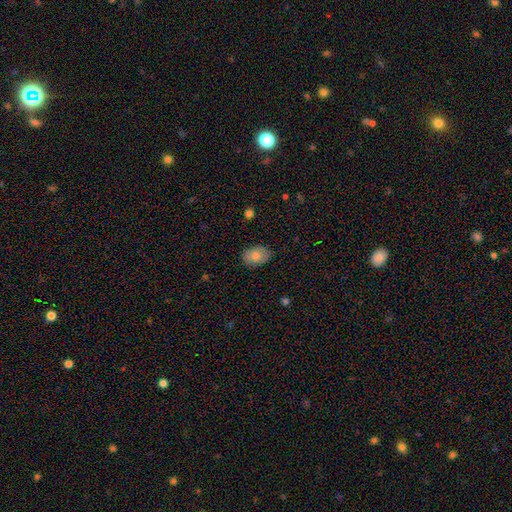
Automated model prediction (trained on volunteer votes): Smooth or featured? smooth (82%)
How rounded? in between (83%)
Merging? none (84%)